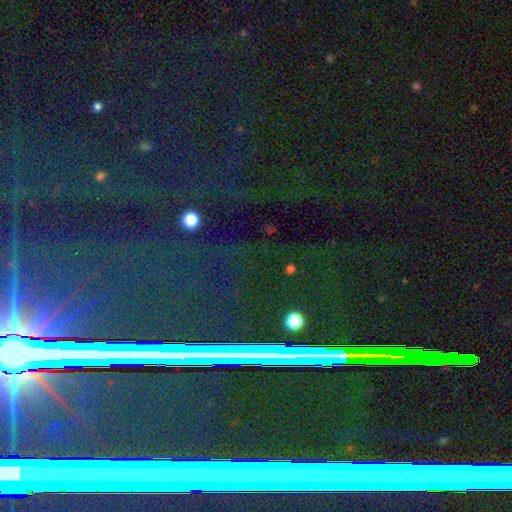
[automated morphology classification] Q: Smooth or featured?
A: star or artifact (83%); runner-up: smooth (9%)